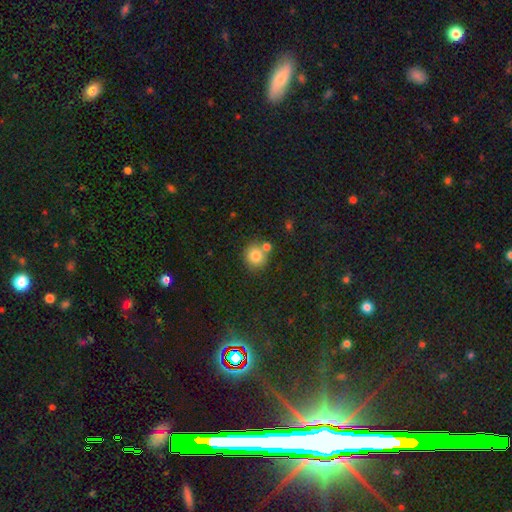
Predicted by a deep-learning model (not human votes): A smooth galaxy with no disk features (80%) that is round (89%). Merging: none (67%).